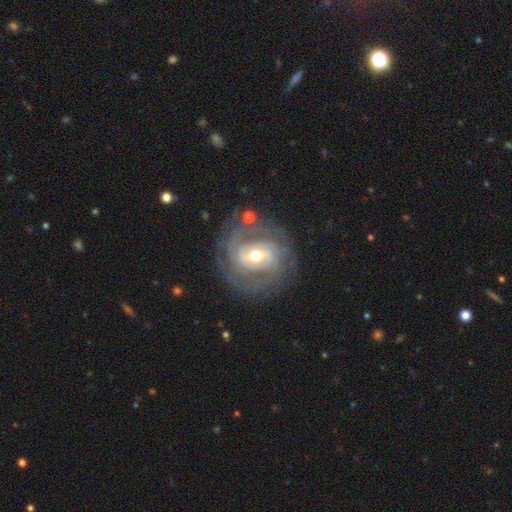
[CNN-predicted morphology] Smooth or featured? featured or disk (85%)
Edge-on disk? no (97%)
Bar? weak (46%)
Spiral arms? yes (93%)
Spiral winding? tight (65%)
Spiral arm count? 2 (34%)
Bulge size? moderate (65%)
Merging? none (76%)